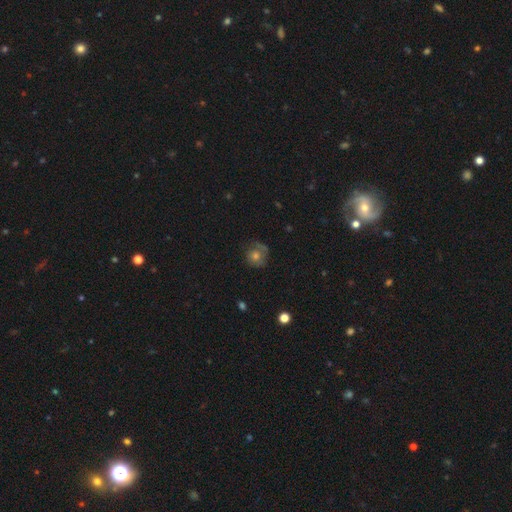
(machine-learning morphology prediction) Smooth or featured? smooth (50%)
How rounded? round (84%)
Merging? none (64%)